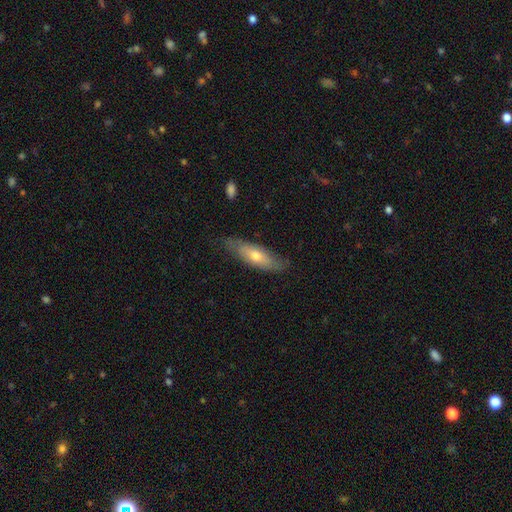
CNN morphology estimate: A smooth galaxy with no disk features (56%) that is cigar-shaped (54%).

Vote fractions:
- Smooth or featured? smooth: 56% / featured or disk: 38% / star or artifact: 6%
- How rounded? cigar-shaped: 54% / in between: 44% / round: 2%
- Merging? none: 76% / minor disturbance: 19% / major disturbance: 4% / merger: 1%